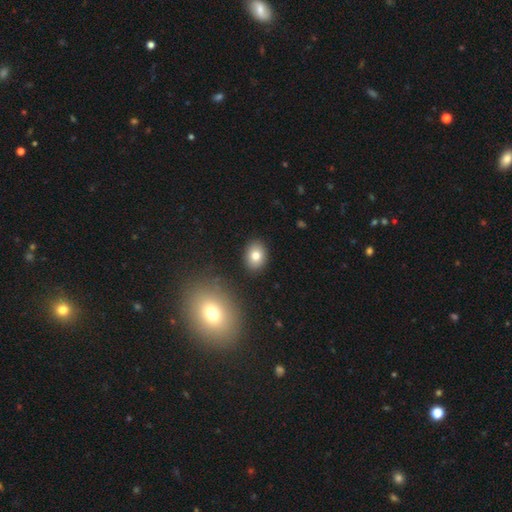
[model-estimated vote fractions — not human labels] The model was most divided on "how rounded": in between: 64%, round: 35%, cigar-shaped: 1%. More confident: merging — none (88%); smooth or featured — smooth (80%).